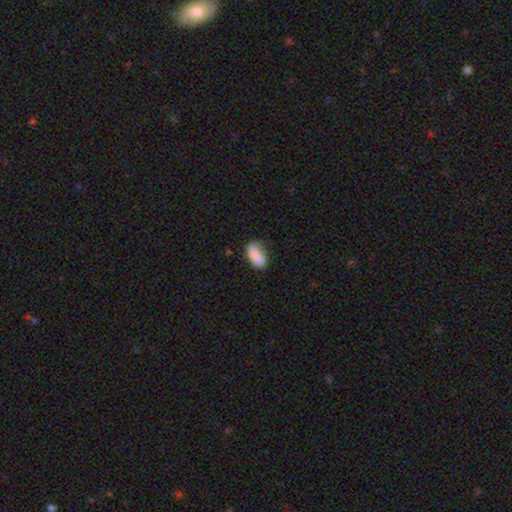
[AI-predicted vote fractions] The model was most divided on "merging": none: 60%, minor disturbance: 29%, major disturbance: 8%, merger: 3%. More confident: how rounded — in between (89%); smooth or featured — smooth (84%).